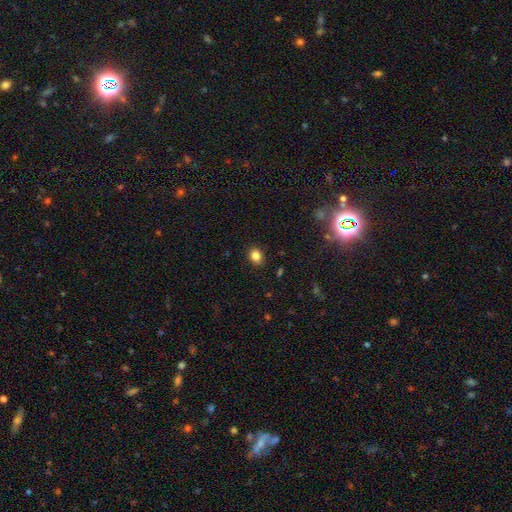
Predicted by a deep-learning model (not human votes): This appears to be a smooth galaxy with no disk features (83%) that is round (58%). Merging: none (88%).